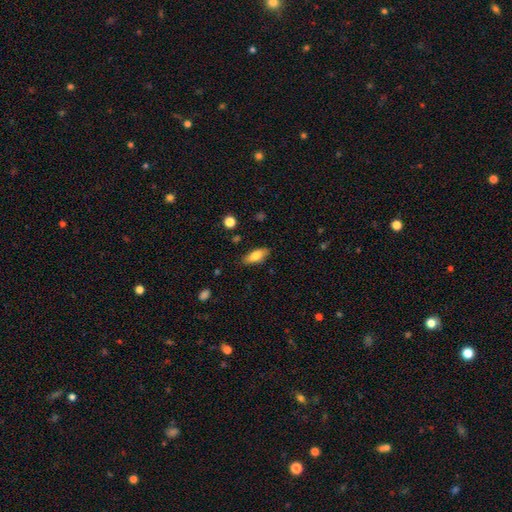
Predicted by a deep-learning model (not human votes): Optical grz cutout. It shows a smooth galaxy with no disk features (76%) that is in between round and cigar-shaped (78%). Merging: none (85%).